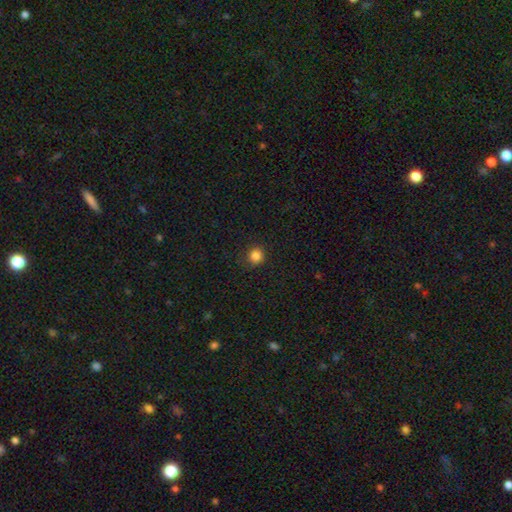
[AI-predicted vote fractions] smooth_or_featured: smooth (p=0.85) [alt: star or artifact p=0.12]
how_rounded: round (p=0.92) [alt: in between p=0.07]
merging: none (p=0.89) [alt: minor disturbance p=0.08]